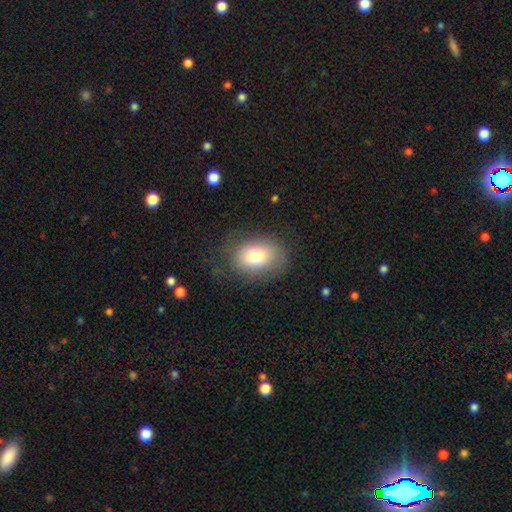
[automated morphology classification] Smooth or featured: smooth — 77% (featured or disk — 14%)
How rounded: in between — 72% (round — 27%)
Merging: none — 70% (minor disturbance — 19%)